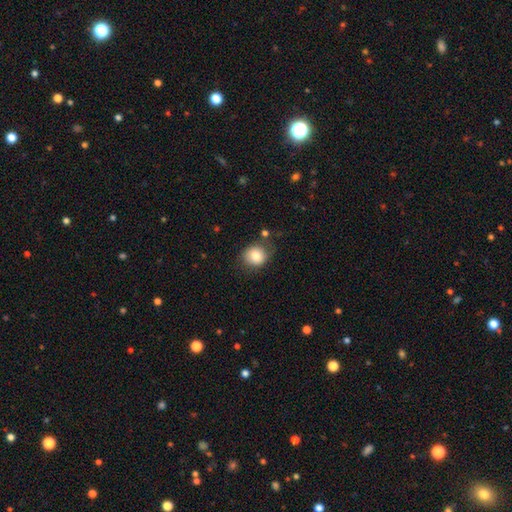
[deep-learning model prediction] Smooth or featured: smooth — 79% (featured or disk — 12%)
How rounded: round — 77% (in between — 22%)
Merging: none — 72% (minor disturbance — 17%)